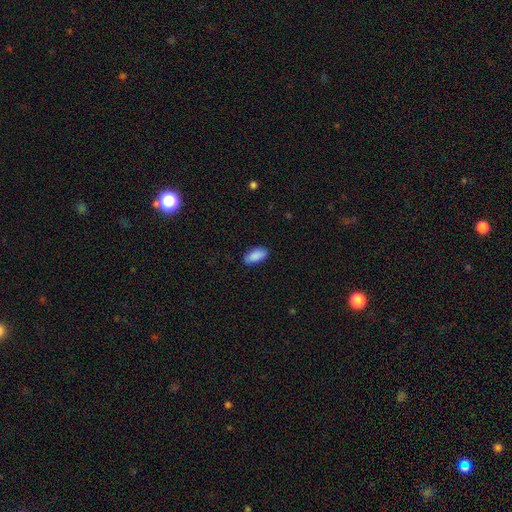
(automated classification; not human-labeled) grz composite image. It shows a smooth galaxy with no disk features (88%) that is in between round and cigar-shaped (89%). Merging: none (83%).